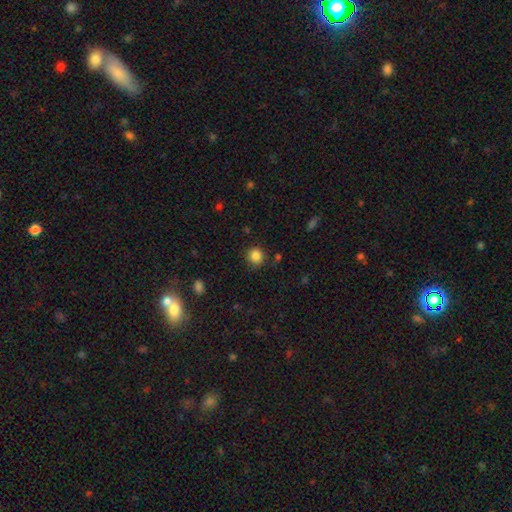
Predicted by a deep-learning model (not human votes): Overall: smooth (85%). How rounded: round (90%). Merging: none (86%).